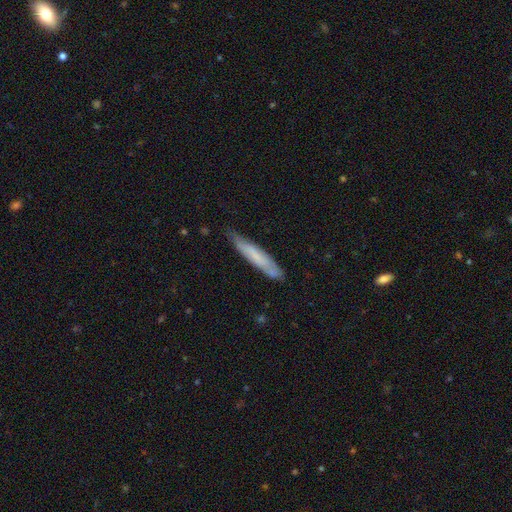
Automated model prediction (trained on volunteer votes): The model was most divided on "smooth or featured": smooth: 61%, featured or disk: 33%, star or artifact: 6%. More confident: how rounded — cigar-shaped (90%); merging — none (73%).